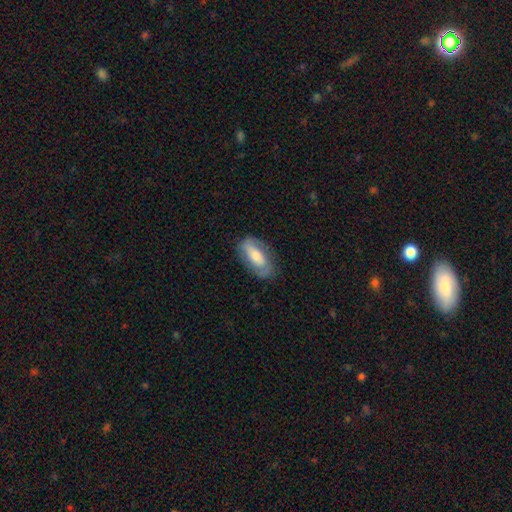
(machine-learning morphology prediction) This appears to be a featured or disk galaxy (49%). Merging: none (75%).